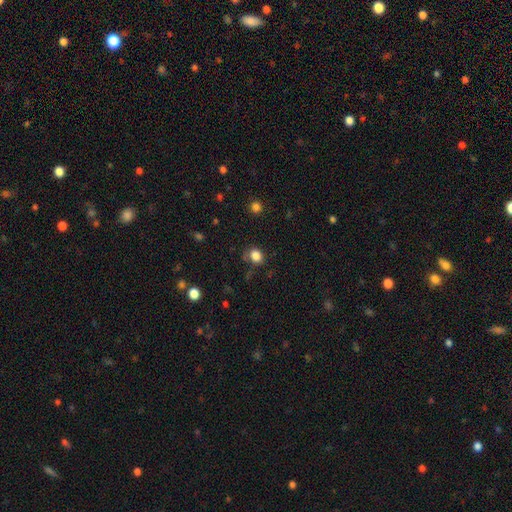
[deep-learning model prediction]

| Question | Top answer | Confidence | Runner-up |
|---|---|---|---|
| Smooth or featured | smooth | 83% | star or artifact (12%) |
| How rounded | round | 62% | in between (37%) |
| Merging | none | 71% | minor disturbance (18%) |